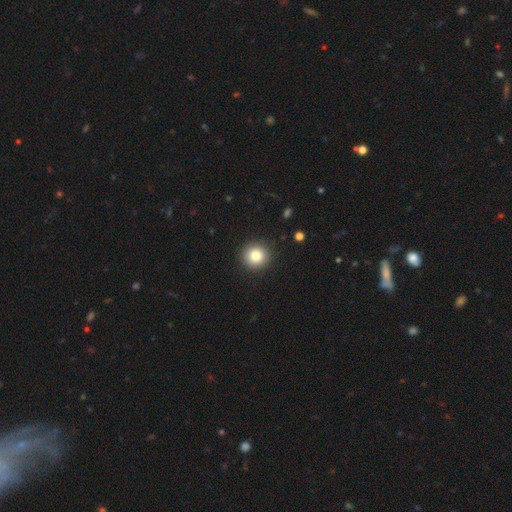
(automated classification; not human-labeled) smooth_or_featured: smooth (p=0.82) [alt: star or artifact p=0.11]
how_rounded: round (p=0.94) [alt: in between p=0.05]
merging: none (p=0.92) [alt: minor disturbance p=0.05]